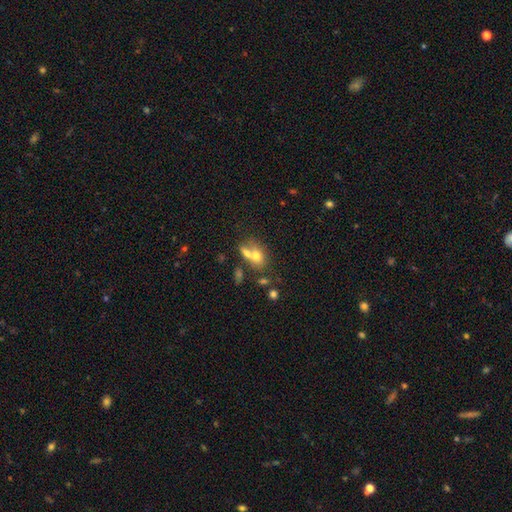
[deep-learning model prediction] A smooth galaxy with no disk features (68%) that is in between round and cigar-shaped (64%).

Vote fractions:
- Smooth or featured? smooth: 68% / featured or disk: 20% / star or artifact: 11%
- How rounded? in between: 64% / round: 33% / cigar-shaped: 2%
- Merging? merger: 52% / none: 32% / minor disturbance: 11% / major disturbance: 6%